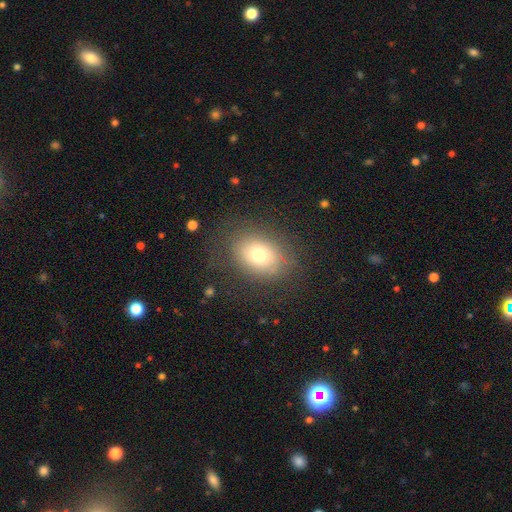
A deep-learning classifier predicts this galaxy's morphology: Smooth or featured?
  - smooth: 69% *
  - featured or disk: 19%
  - star or artifact: 12%
How rounded?
  - in between: 65% *
  - round: 34%
  - cigar-shaped: 1%
Merging?
  - none: 77% *
  - minor disturbance: 14%
  - major disturbance: 8%
  - merger: 1%